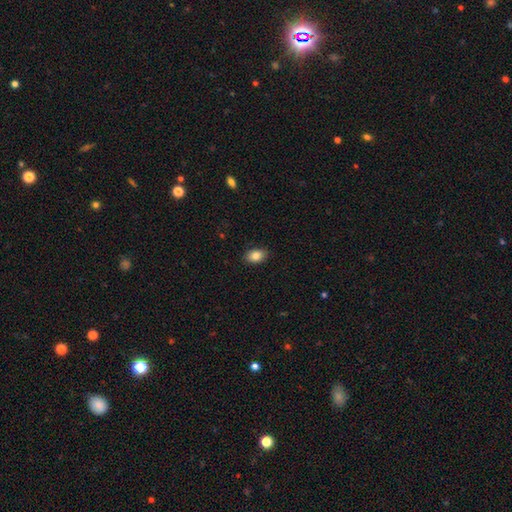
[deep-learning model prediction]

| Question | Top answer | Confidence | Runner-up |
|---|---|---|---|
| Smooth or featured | smooth | 85% | star or artifact (8%) |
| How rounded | in between | 85% | round (14%) |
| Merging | none | 88% | minor disturbance (9%) |